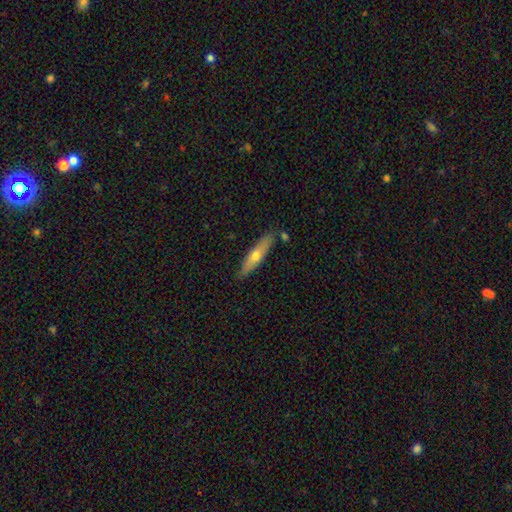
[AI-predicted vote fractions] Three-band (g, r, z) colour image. It shows a smooth galaxy with no disk features (49%). Merging: none (84%).